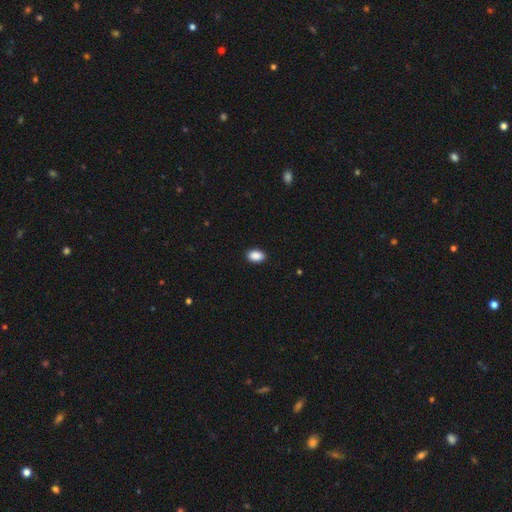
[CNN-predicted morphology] Smooth or featured? Predicted: smooth (p=0.90). How rounded? Predicted: in between (p=0.90). Merging? Predicted: none (p=0.90).